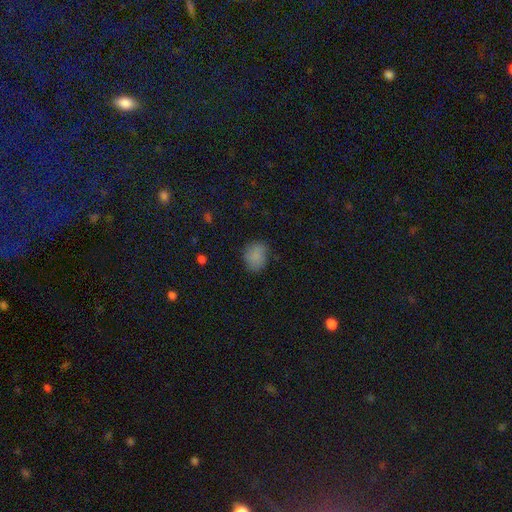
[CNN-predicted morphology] Smooth or featured? Predicted: smooth (p=0.83). How rounded? Predicted: round (p=0.54). Merging? Predicted: none (p=0.72).